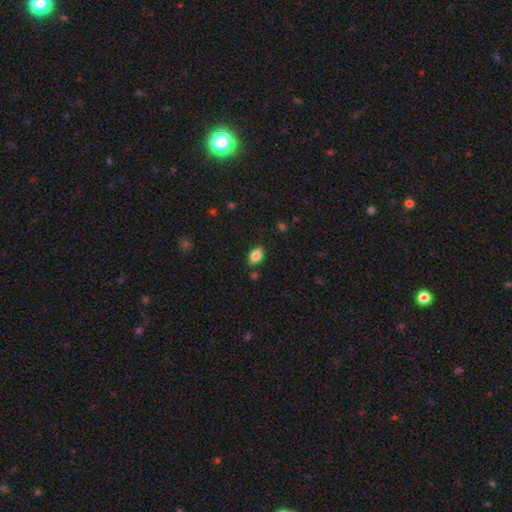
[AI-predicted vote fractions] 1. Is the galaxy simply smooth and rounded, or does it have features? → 83% smooth, 8% star or artifact, 8% featured or disk.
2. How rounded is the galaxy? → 88% in between, 10% round, 2% cigar-shaped.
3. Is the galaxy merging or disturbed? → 83% none, 12% minor disturbance, 3% merger, 2% major disturbance.